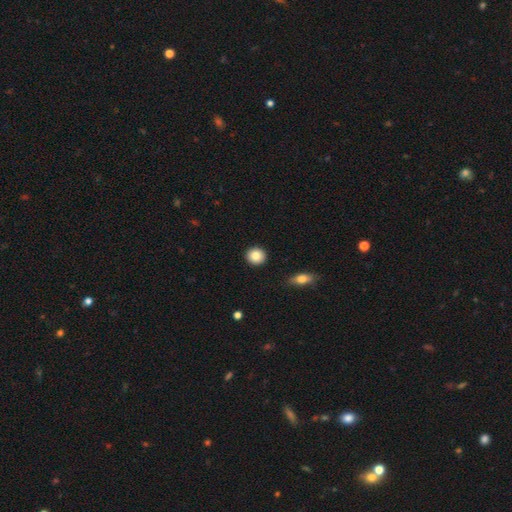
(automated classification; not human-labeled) Smooth or featured? Predicted: smooth (p=0.85). How rounded? Predicted: round (p=0.87). Merging? Predicted: none (p=0.92).